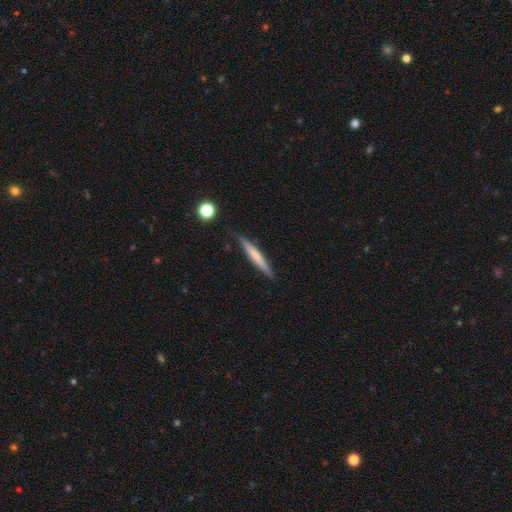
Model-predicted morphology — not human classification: This appears to be a smooth galaxy with no disk features (53%) that is cigar-shaped (94%). Merging: none (85%).